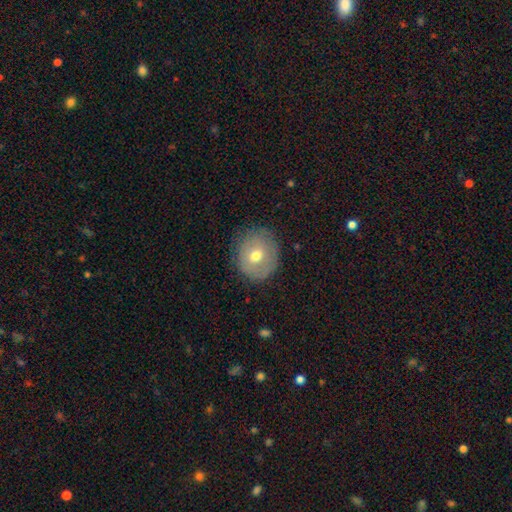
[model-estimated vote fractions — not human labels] A smooth galaxy with no disk features (56%) that is round (79%). Merging: none (81%).